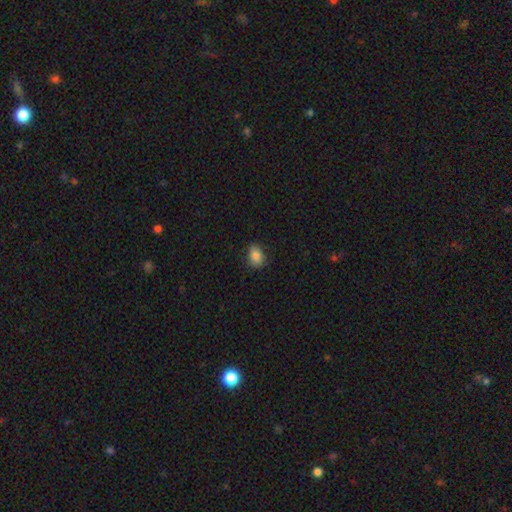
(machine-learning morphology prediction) This is clearly a smooth galaxy (84%). How rounded: likely in between (75%). Merging: clearly none (82%).